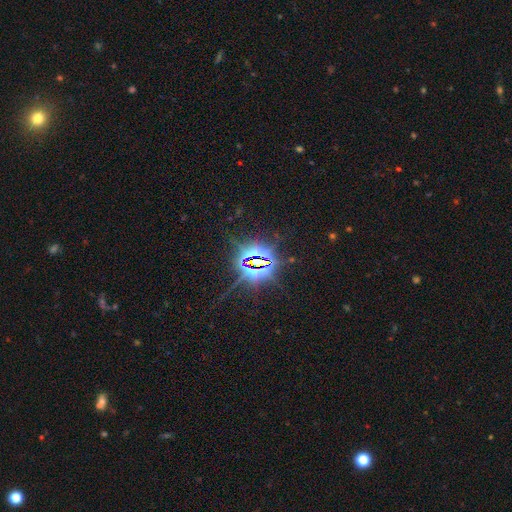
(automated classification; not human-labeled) Q: Smooth or featured?
A: star or artifact (85%); runner-up: featured or disk (8%)